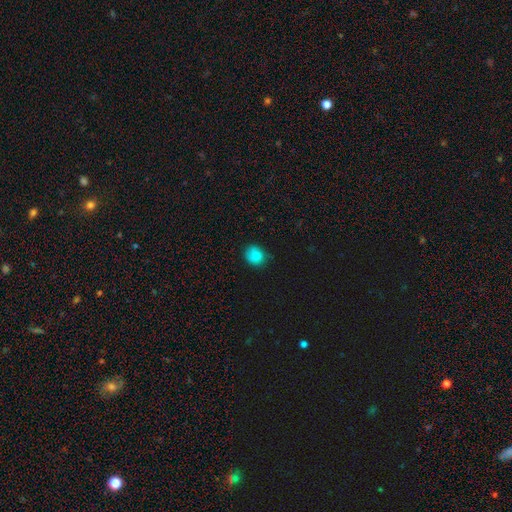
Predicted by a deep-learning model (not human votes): Smooth or featured: smooth — 82% (star or artifact — 11%)
How rounded: round — 68% (in between — 31%)
Merging: none — 70% (minor disturbance — 24%)